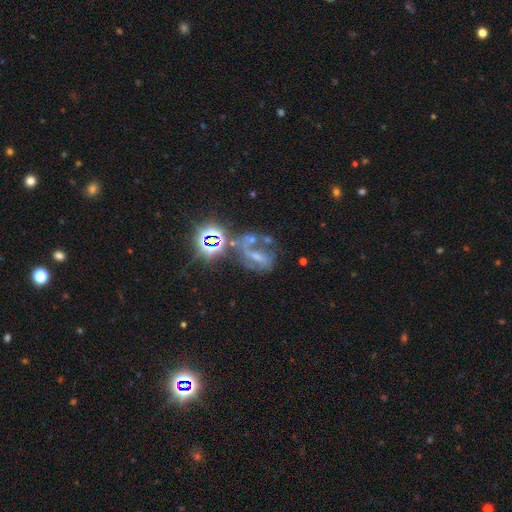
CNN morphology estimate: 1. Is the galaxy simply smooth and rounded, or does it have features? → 46% featured or disk, 36% star or artifact, 17% smooth.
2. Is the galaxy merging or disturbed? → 37% none, 24% major disturbance, 22% merger, 18% minor disturbance.